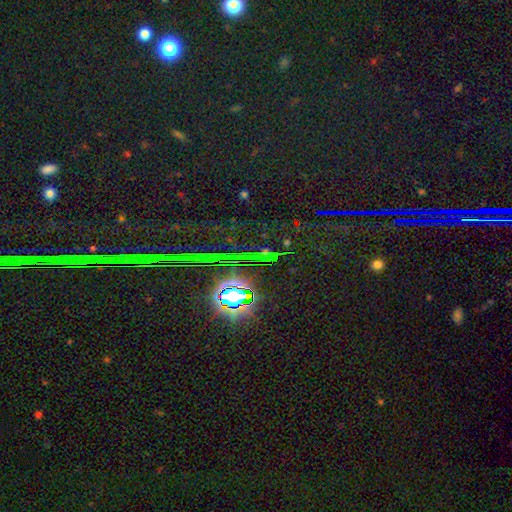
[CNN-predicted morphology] A star or artifact, not a galaxy (85%).